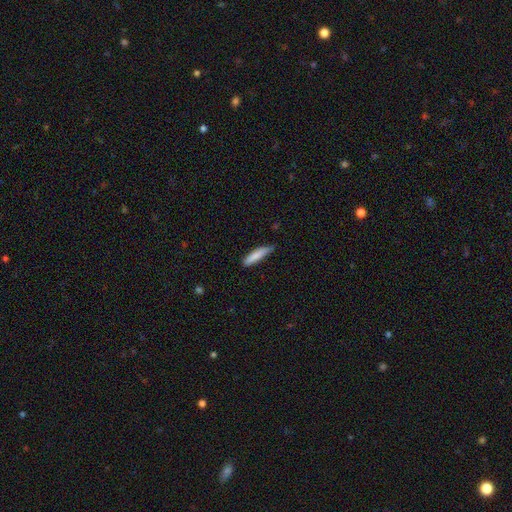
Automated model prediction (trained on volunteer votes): smooth 82%, featured or disk 12%, star or artifact 6%. Down the decision tree: how rounded — cigar-shaped (85%); merging — none (71%).